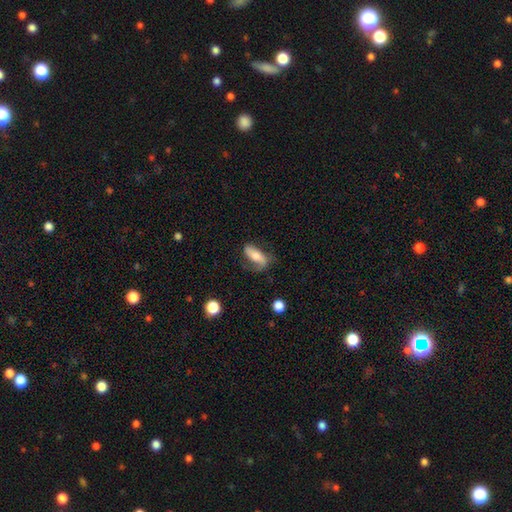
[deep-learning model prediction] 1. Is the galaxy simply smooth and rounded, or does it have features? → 50% smooth, 42% featured or disk, 8% star or artifact.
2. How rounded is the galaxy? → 69% in between, 28% cigar-shaped, 4% round.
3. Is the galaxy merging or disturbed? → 52% none, 27% minor disturbance, 18% major disturbance, 3% merger.